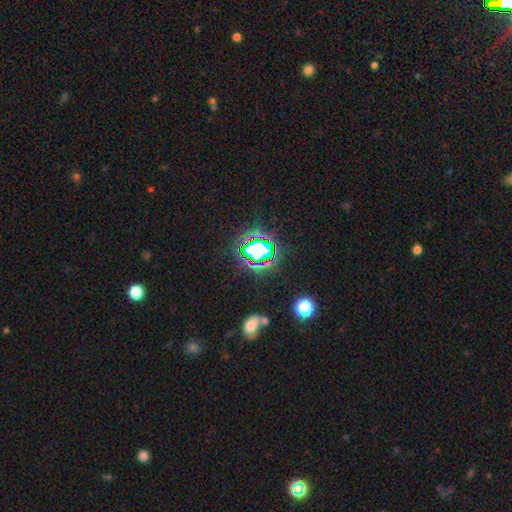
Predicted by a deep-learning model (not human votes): Smooth or featured? Predicted: star or artifact (p=0.67).